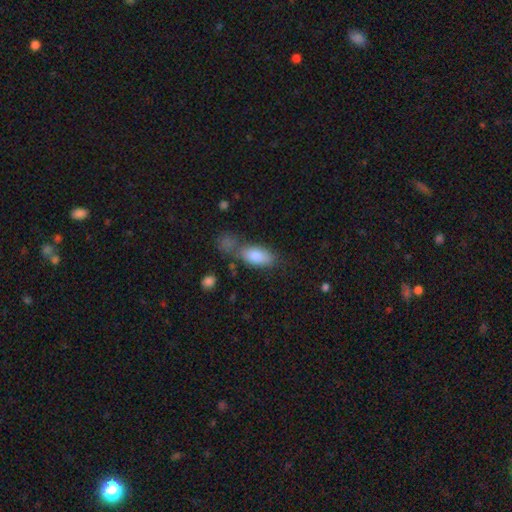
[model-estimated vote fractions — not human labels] Morphology: type=smooth (83%); roundness=in between (86%); merging=none (50%).